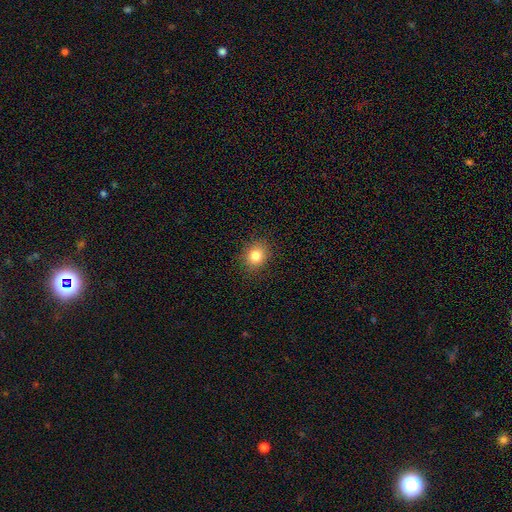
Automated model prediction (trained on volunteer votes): This appears to be a smooth galaxy with no disk features (84%) that is round (64%). Merging: none (88%).